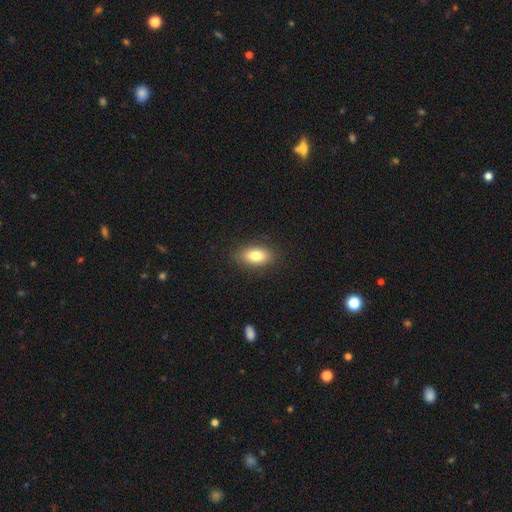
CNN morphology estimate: Smooth or featured: smooth — 80% (featured or disk — 12%)
How rounded: in between — 86% (round — 9%)
Merging: none — 86% (minor disturbance — 10%)